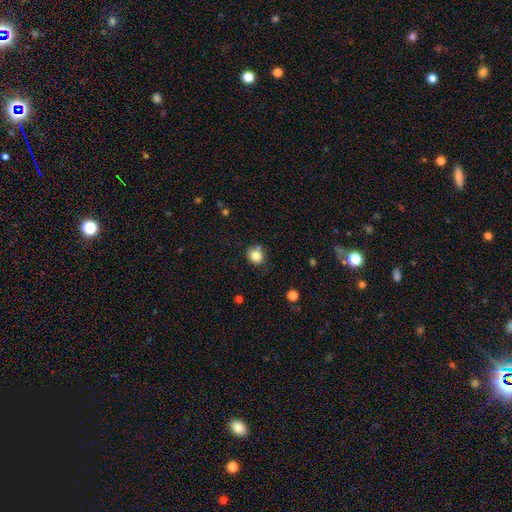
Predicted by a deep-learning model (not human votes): smooth 82%, star or artifact 11%, featured or disk 7%. Down the decision tree: how rounded — round (80%); merging — none (75%).